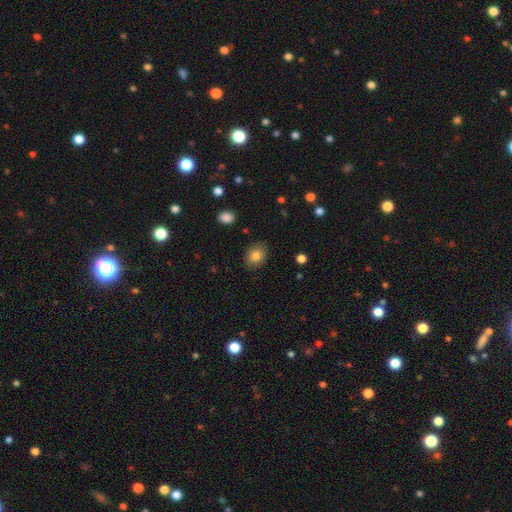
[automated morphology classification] A smooth galaxy with no disk features (84%) that is in between round and cigar-shaped (62%). Merging: none (83%).